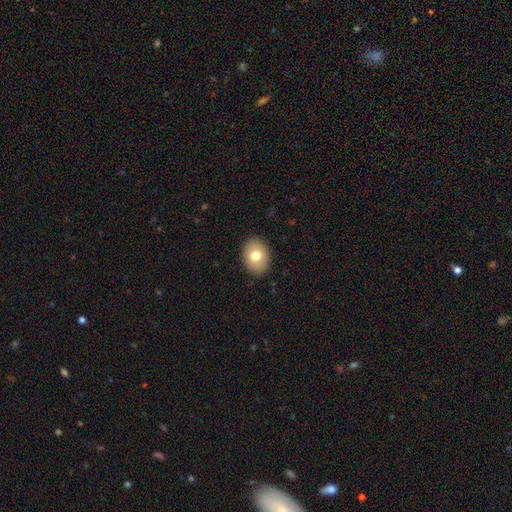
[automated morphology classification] Q: Smooth or featured?
A: smooth (74%); runner-up: featured or disk (17%)
Q: How rounded?
A: in between (65%); runner-up: round (34%)
Q: Merging?
A: none (89%); runner-up: minor disturbance (8%)